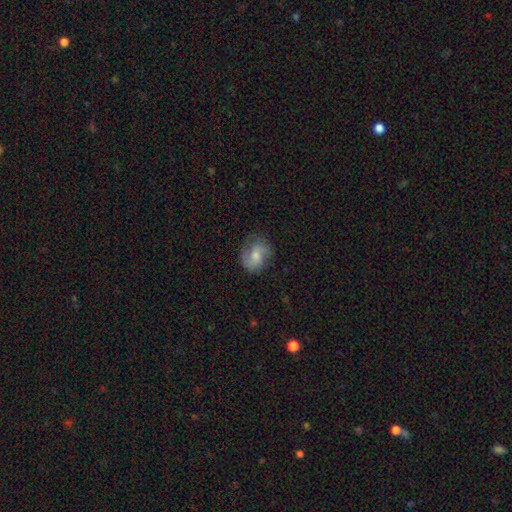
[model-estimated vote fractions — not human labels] Smooth or featured? Predicted: featured or disk (p=0.54). Edge-on disk? Predicted: no (p=0.97). Bar? Predicted: no (p=0.55). Spiral arms? Predicted: yes (p=0.89). Bulge size? Predicted: moderate (p=0.47). Merging? Predicted: none (p=0.69).